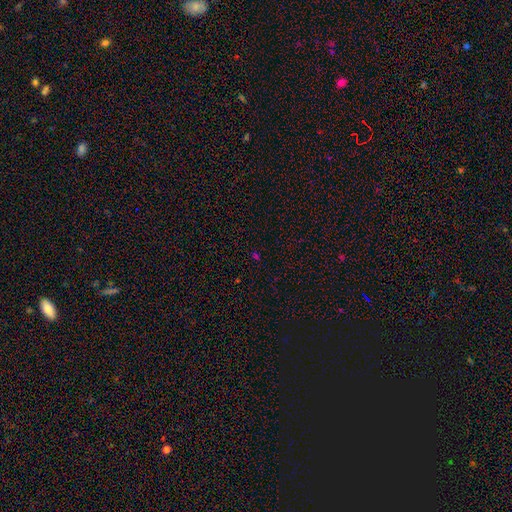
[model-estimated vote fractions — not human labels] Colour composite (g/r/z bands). It shows a star or artifact, not a galaxy (57%).